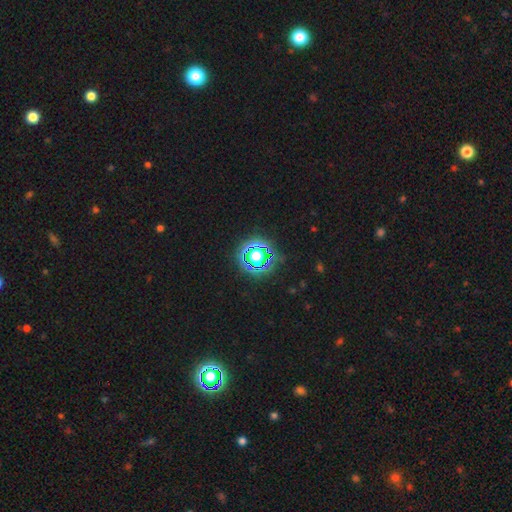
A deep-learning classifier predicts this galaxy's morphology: A star or artifact, not a galaxy (59%).